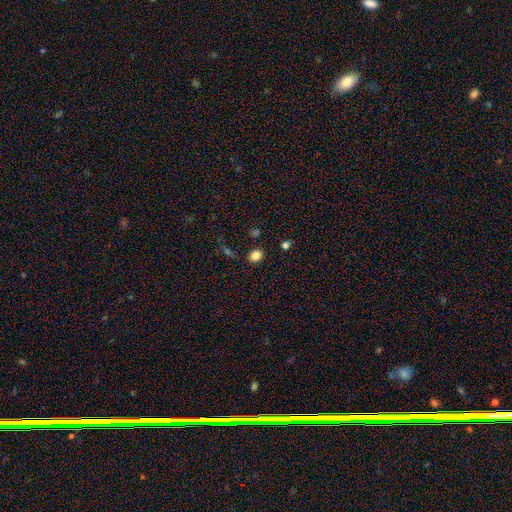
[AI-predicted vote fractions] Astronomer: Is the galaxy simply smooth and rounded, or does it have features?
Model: smooth — 83%.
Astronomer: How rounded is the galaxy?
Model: in between — 56% (runner-up: round, 43%).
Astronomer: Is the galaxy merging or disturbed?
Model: none — 85%.